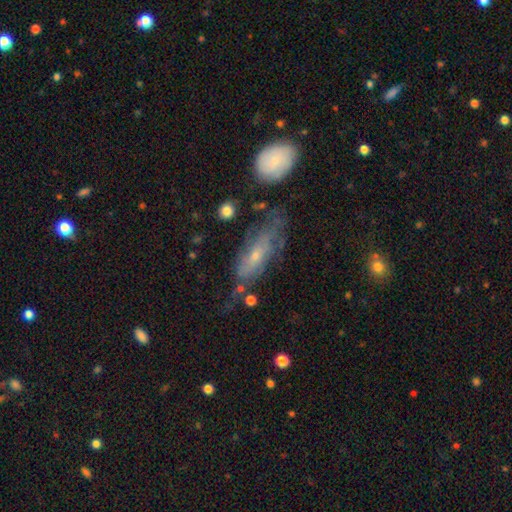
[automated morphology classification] type=featured or disk (51%); edge-on=no (77%); merging=none (40%).